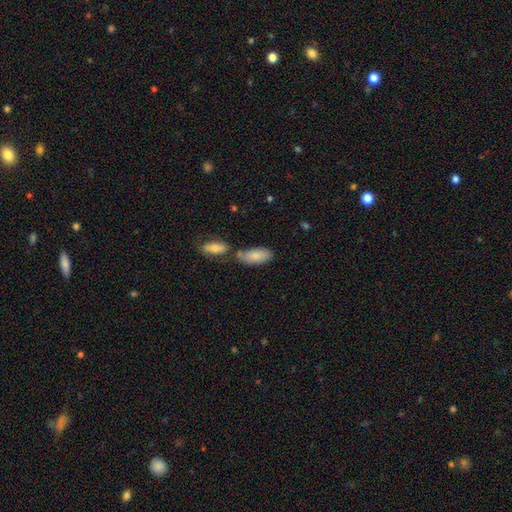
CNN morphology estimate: smooth-or-featured: smooth: 83% | featured or disk: 11% | star or artifact: 6%
  how-rounded: in between: 86% | cigar-shaped: 12% | round: 2%
  merging: none: 55% | merger: 24% | minor disturbance: 17% | major disturbance: 4%